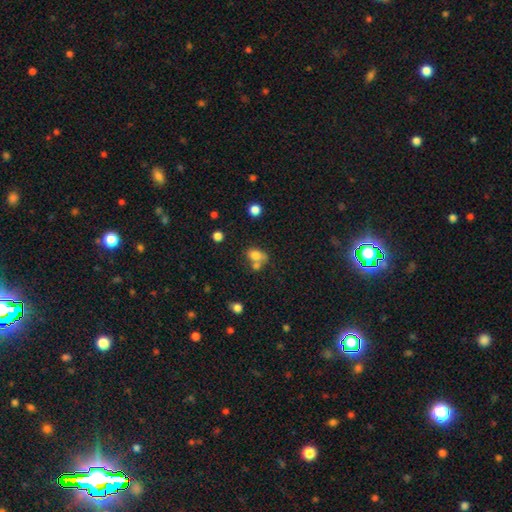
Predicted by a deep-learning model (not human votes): Smooth or featured: smooth — 76% (featured or disk — 12%)
How rounded: in between — 72% (round — 26%)
Merging: merger — 42% (none — 37%)